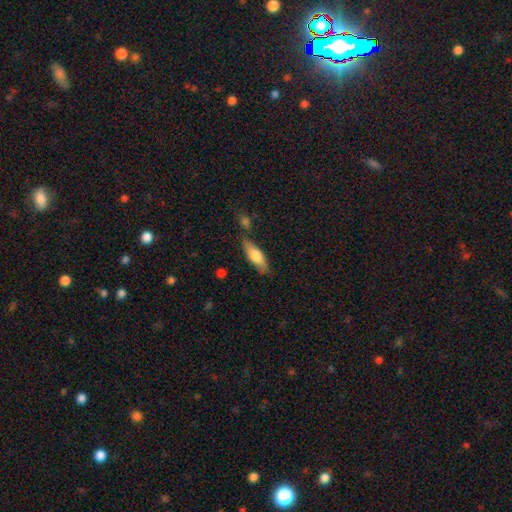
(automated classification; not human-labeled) This is likely a smooth galaxy (69%). How rounded: possibly in between (54%). Merging: likely none (75%).